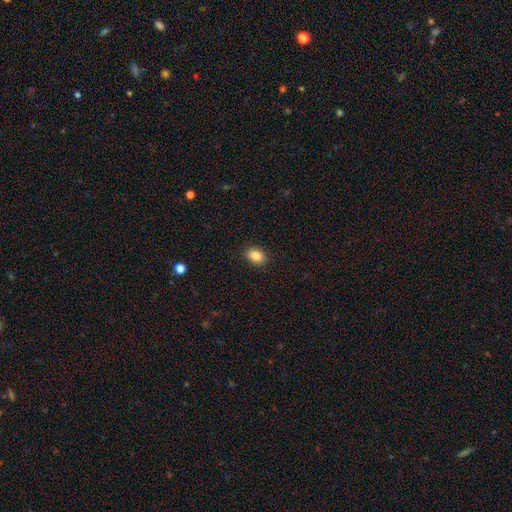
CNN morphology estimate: smooth 85%, star or artifact 9%, featured or disk 6%. Down the decision tree: how rounded — in between (76%); merging — none (90%).